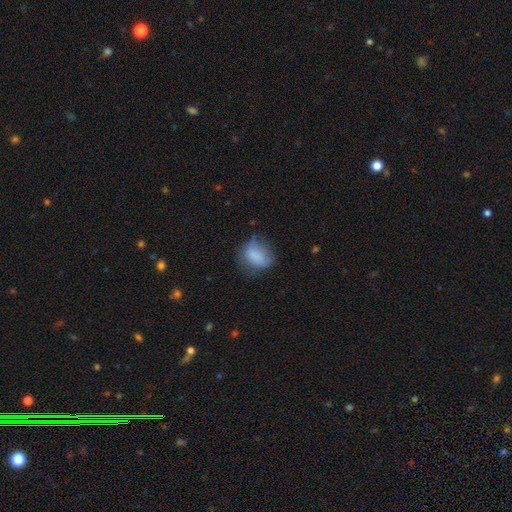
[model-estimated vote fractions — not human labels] smooth 76%, featured or disk 15%, star or artifact 9%. Down the decision tree: how rounded — in between (60%); merging — none (48%).